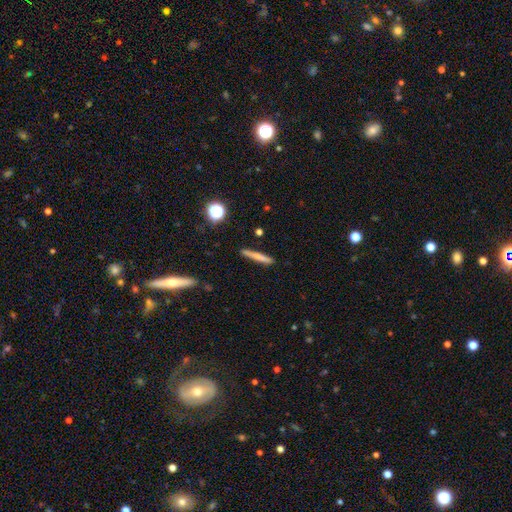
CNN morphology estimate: A smooth galaxy with no disk features (60%) that is cigar-shaped (94%).

Vote fractions:
- Smooth or featured? smooth: 60% / featured or disk: 31% / star or artifact: 9%
- How rounded? cigar-shaped: 94% / in between: 4% / round: 2%
- Merging? none: 87% / minor disturbance: 9% / merger: 2% / major disturbance: 2%